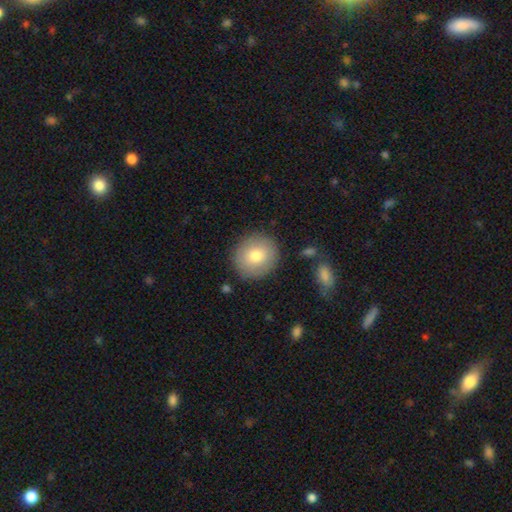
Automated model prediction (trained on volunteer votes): Smooth or featured: smooth — 77% (featured or disk — 16%)
How rounded: round — 88% (in between — 11%)
Merging: none — 87% (minor disturbance — 9%)